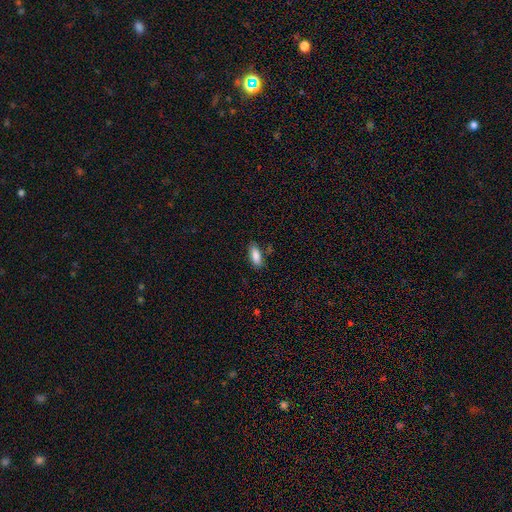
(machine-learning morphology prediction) A smooth galaxy with no disk features (87%) that is in between round and cigar-shaped (80%). Merging: none (80%).